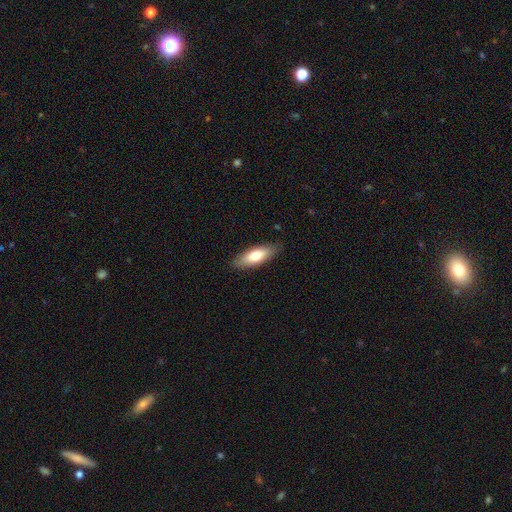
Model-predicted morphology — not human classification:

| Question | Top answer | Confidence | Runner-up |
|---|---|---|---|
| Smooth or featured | smooth | 71% | featured or disk (23%) |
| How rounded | in between | 64% | cigar-shaped (34%) |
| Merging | none | 86% | minor disturbance (11%) |